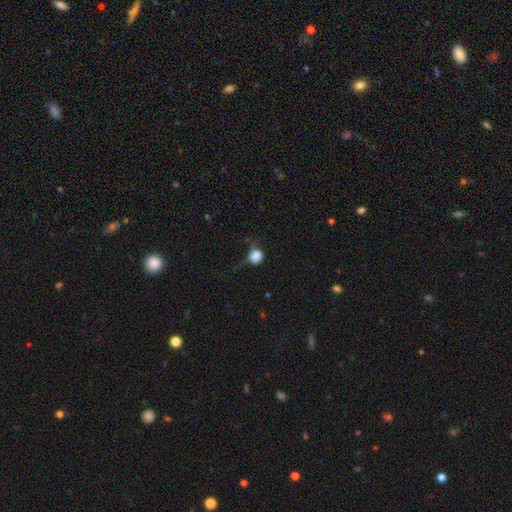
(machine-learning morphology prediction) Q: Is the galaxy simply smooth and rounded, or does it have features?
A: smooth — 76%.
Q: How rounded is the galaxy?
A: round — 78%.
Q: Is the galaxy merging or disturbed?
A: none — 34%.